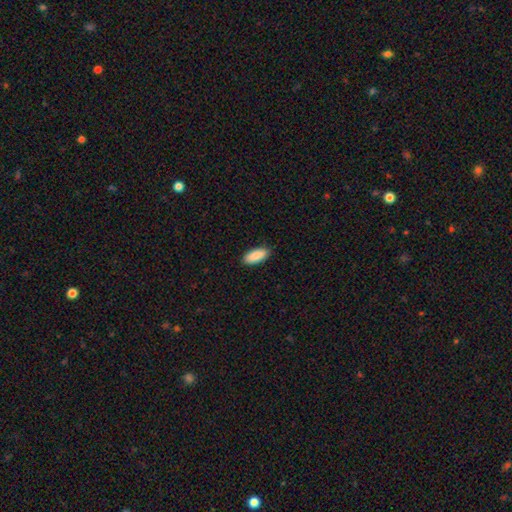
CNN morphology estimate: smooth 90%, star or artifact 5%, featured or disk 4%. Down the decision tree: how rounded — in between (85%); merging — none (90%).